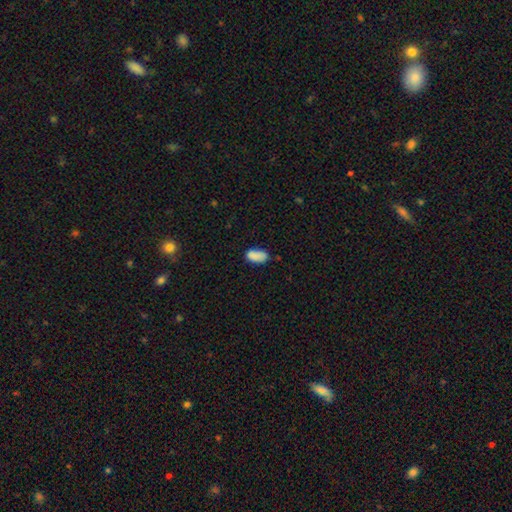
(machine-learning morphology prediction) This is clearly a smooth galaxy (87%). How rounded: clearly in between (92%). Merging: likely none (71%).